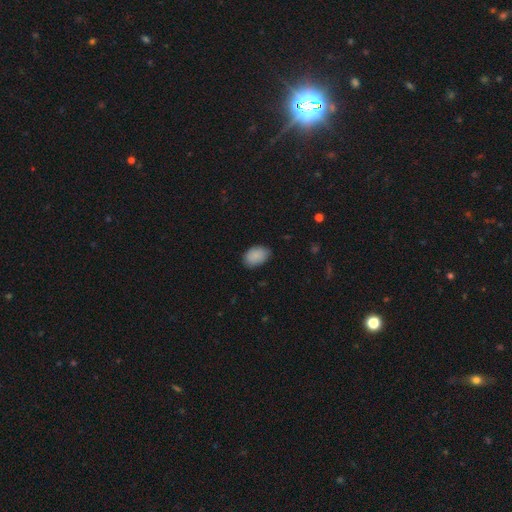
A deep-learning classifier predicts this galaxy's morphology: smooth_or_featured: smooth (p=0.89) [alt: star or artifact p=0.07]
how_rounded: in between (p=0.85) [alt: round p=0.14]
merging: none (p=0.81) [alt: minor disturbance p=0.15]